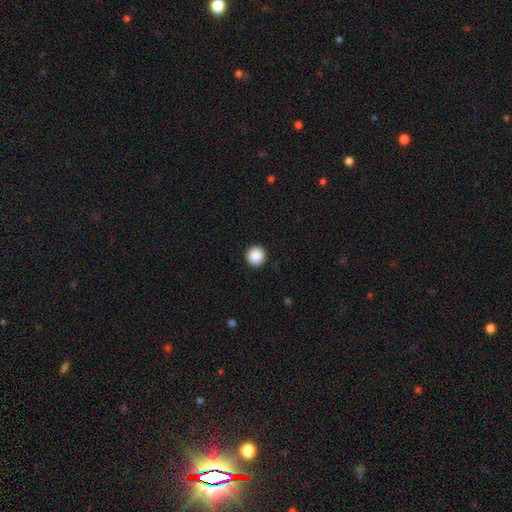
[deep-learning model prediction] The model was most divided on "smooth or featured": smooth: 89%, star or artifact: 8%, featured or disk: 2%. More confident: how rounded — round (96%); merging — none (93%).